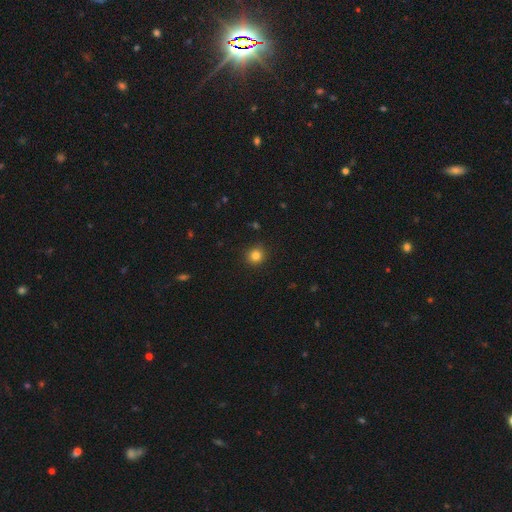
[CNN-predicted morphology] smooth 83%, star or artifact 12%, featured or disk 5%. Down the decision tree: how rounded — round (91%); merging — none (91%).